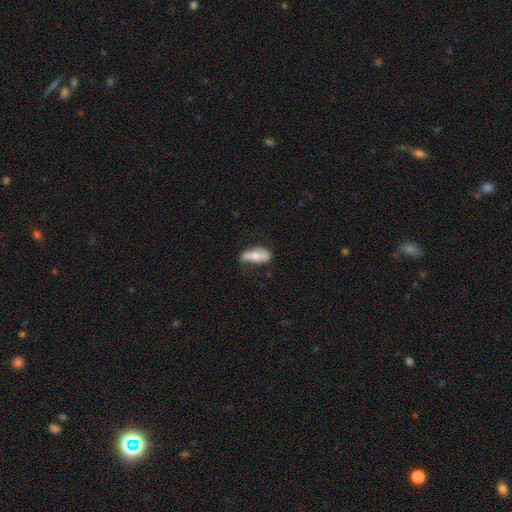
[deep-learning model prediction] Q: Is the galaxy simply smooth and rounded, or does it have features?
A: smooth — 59%.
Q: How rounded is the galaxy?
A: in between — 66%.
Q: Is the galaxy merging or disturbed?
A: none — 59%.